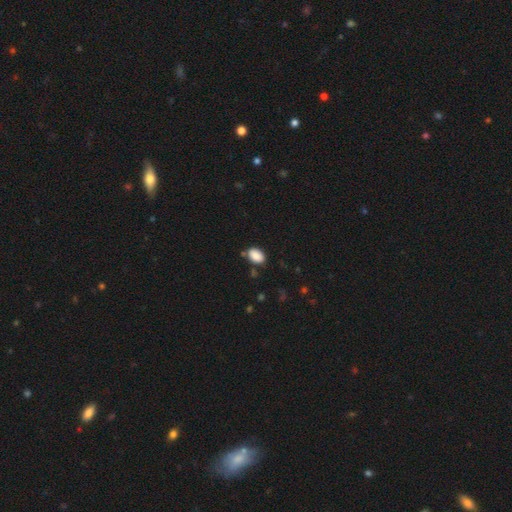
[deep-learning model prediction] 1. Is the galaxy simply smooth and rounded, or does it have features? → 89% smooth, 8% star or artifact, 3% featured or disk.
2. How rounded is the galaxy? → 86% in between, 12% round, 1% cigar-shaped.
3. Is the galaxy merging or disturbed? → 77% none, 15% minor disturbance, 4% merger, 3% major disturbance.